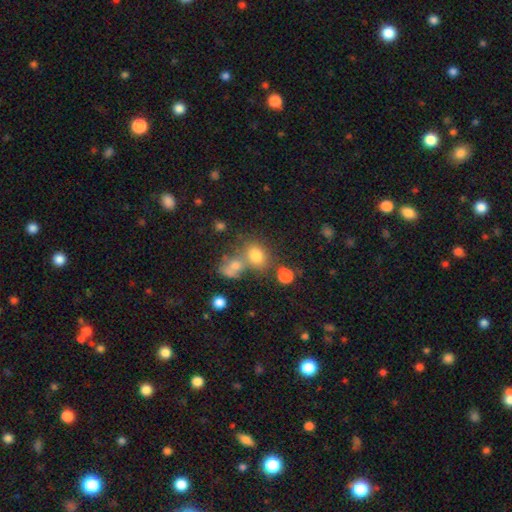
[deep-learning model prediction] Q: Smooth or featured?
A: smooth (75%); runner-up: star or artifact (15%)
Q: How rounded?
A: in between (51%); runner-up: round (48%)
Q: Merging?
A: none (48%); runner-up: merger (33%)